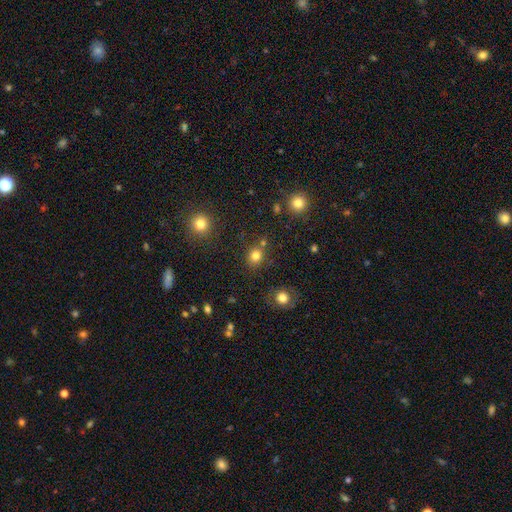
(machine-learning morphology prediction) Smooth or featured?
  - smooth: 79% *
  - star or artifact: 15%
  - featured or disk: 6%
How rounded?
  - round: 75% *
  - in between: 24%
  - cigar-shaped: 1%
Merging?
  - none: 77% *
  - minor disturbance: 11%
  - merger: 9%
  - major disturbance: 4%